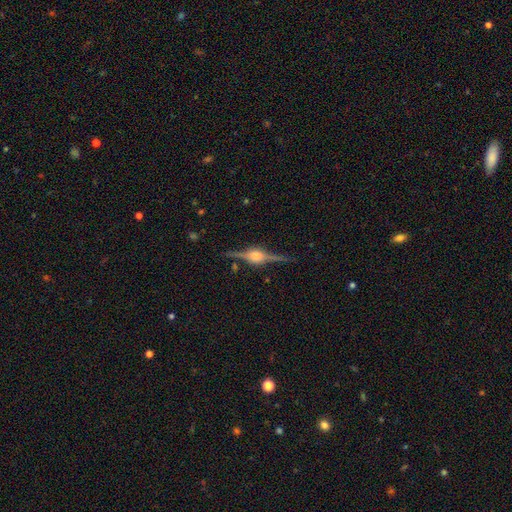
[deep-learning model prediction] Smooth or featured?
  - featured or disk: 89% *
  - star or artifact: 6%
  - smooth: 5%
Edge-on disk?
  - yes: 98% *
  - no: 2%
Edge-on bulge?
  - rounded: 90% *
  - boxy: 9%
  - none: 1%
Merging?
  - none: 88% *
  - minor disturbance: 9%
  - major disturbance: 2%
  - merger: 2%